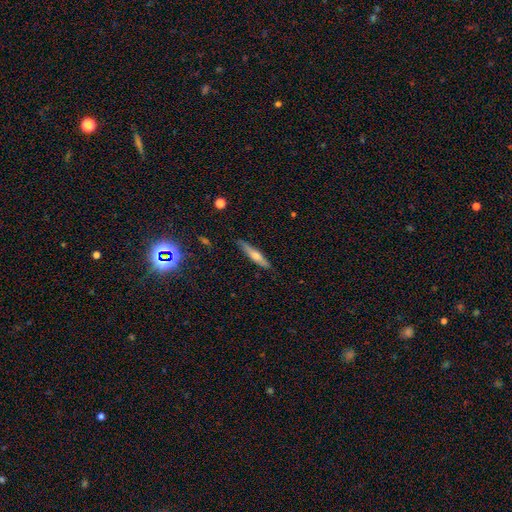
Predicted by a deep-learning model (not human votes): smooth-or-featured: smooth: 50% | featured or disk: 44% | star or artifact: 7%
  merging: none: 85% | minor disturbance: 11% | major disturbance: 2% | merger: 1%